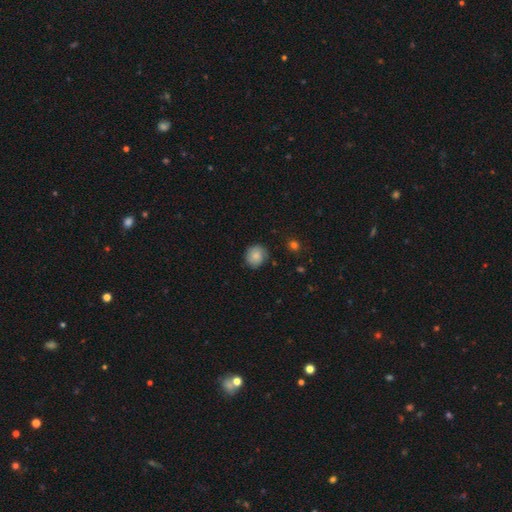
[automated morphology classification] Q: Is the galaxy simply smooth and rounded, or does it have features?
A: smooth — 82%.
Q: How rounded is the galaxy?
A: round — 79%.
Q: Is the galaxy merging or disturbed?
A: none — 80%.